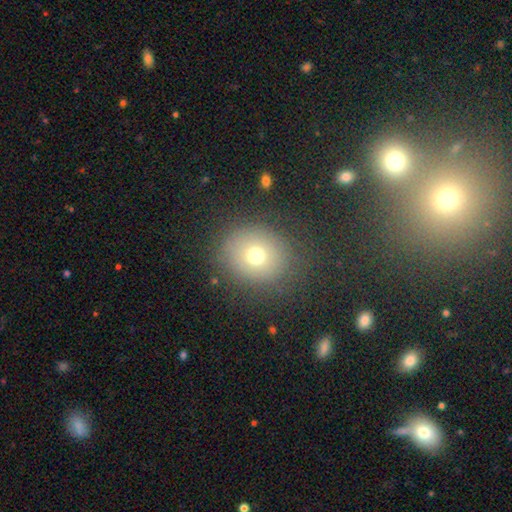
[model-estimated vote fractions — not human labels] smooth_or_featured: smooth (p=0.70) [alt: star or artifact p=0.16]
how_rounded: round (p=0.76) [alt: in between p=0.23]
merging: none (p=0.80) [alt: minor disturbance p=0.11]